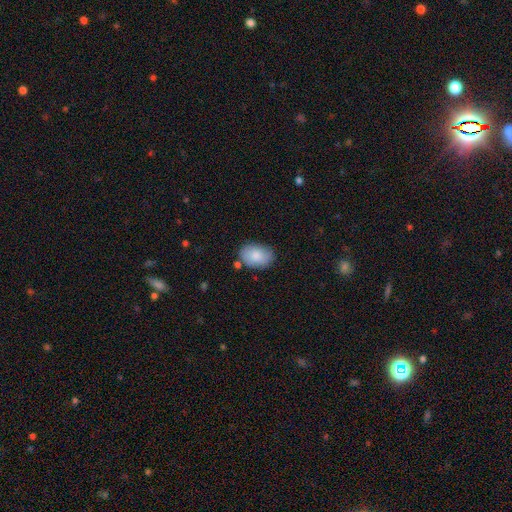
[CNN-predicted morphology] A smooth galaxy with no disk features (83%) that is in between round and cigar-shaped (83%). Merging: none (78%).